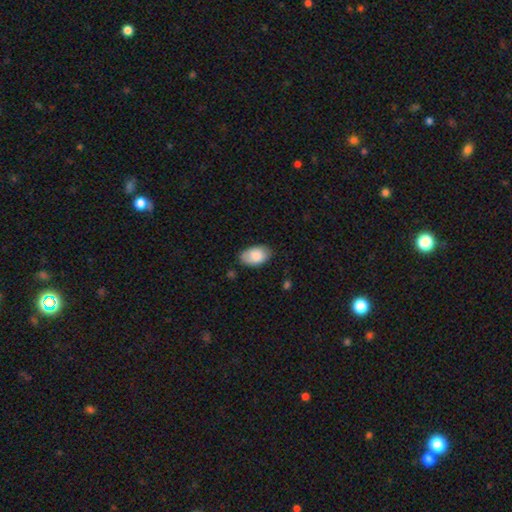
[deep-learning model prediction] Smooth or featured? smooth (85%)
How rounded? in between (94%)
Merging? none (78%)